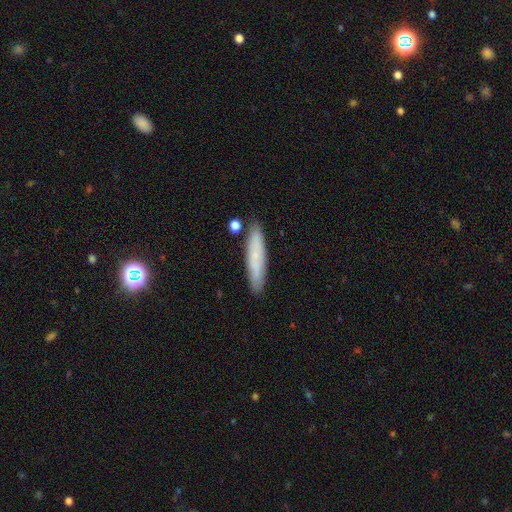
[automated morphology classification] Overall: smooth (70%). How rounded: cigar-shaped (87%). Merging: none (85%).